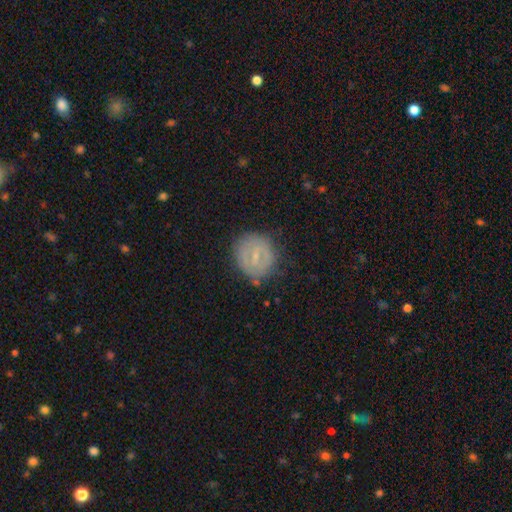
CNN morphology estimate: Q: Smooth or featured?
A: featured or disk (49%); runner-up: smooth (41%)
Q: Merging?
A: none (76%); runner-up: minor disturbance (16%)